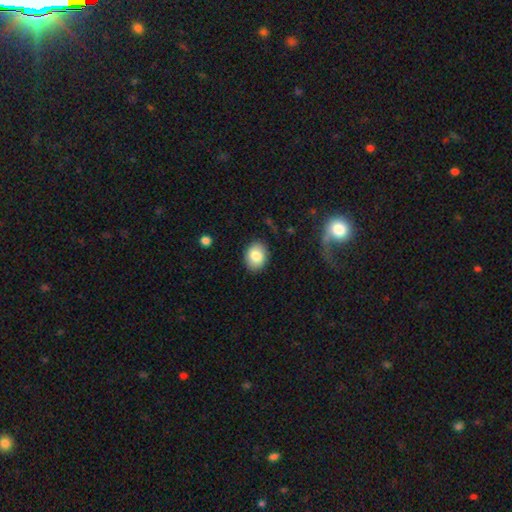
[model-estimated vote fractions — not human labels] A smooth galaxy with no disk features (84%) that is in between round and cigar-shaped (64%). Merging: none (86%).